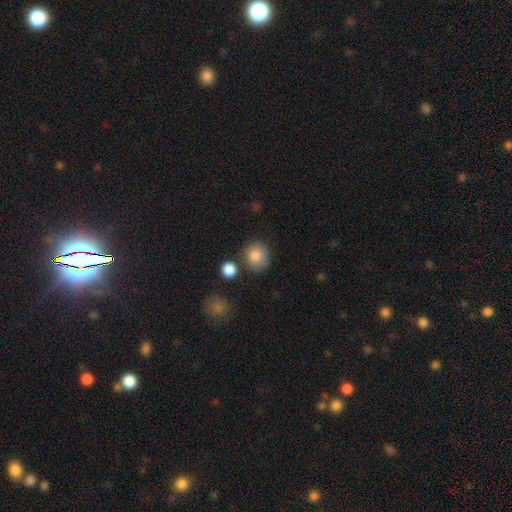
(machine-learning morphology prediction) Overall: smooth (85%). How rounded: round (78%). Merging: none (73%).